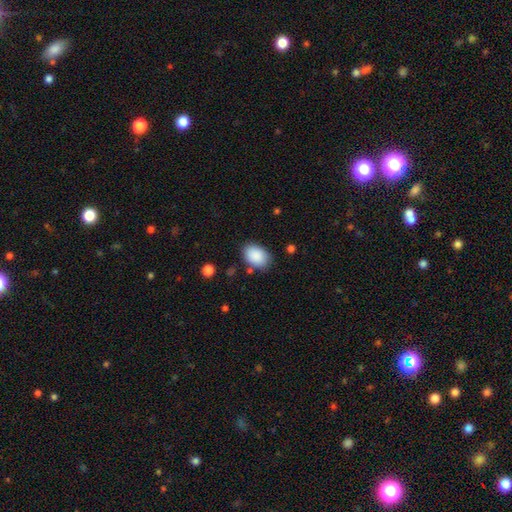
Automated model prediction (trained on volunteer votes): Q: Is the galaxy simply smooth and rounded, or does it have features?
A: smooth — 89%.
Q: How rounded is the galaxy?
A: in between — 85%.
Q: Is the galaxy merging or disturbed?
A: none — 79%.